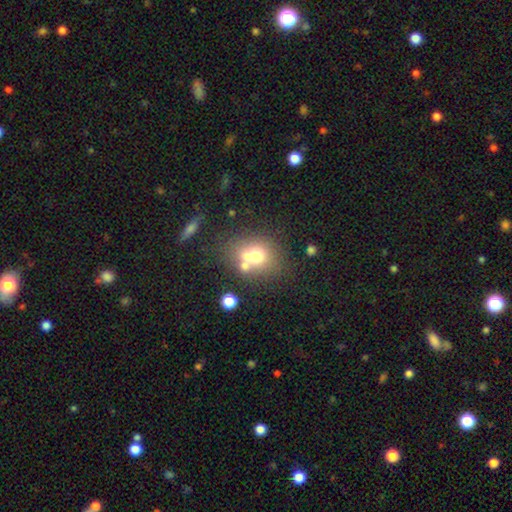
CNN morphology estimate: smooth 61%, featured or disk 24%, star or artifact 14%. Down the decision tree: how rounded — round (69%); merging — merger (42%).